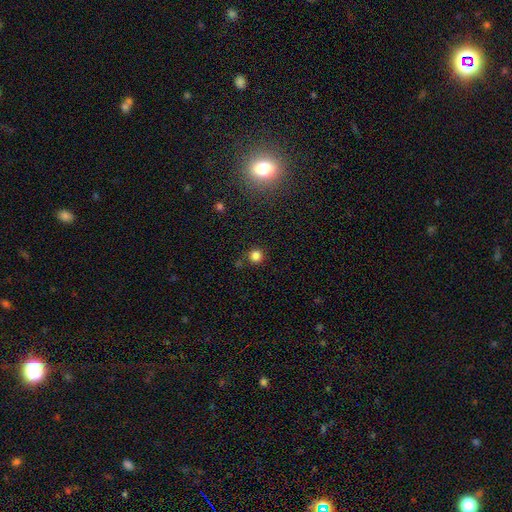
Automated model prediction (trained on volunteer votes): A smooth galaxy with no disk features (82%) that is round (93%). Merging: none (83%).